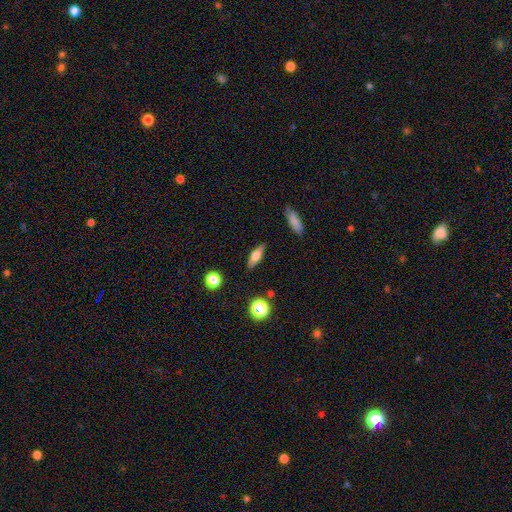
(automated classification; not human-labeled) Morphology: type=smooth (54%); roundness=in between (50%); merging=none (87%).